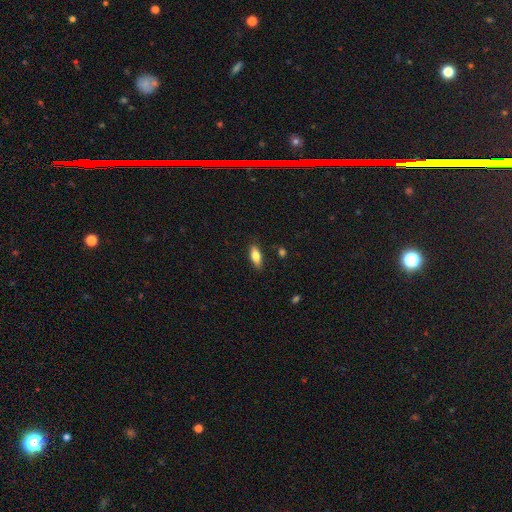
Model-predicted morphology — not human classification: Overall: smooth (79%). How rounded: in between (77%). Merging: none (85%).